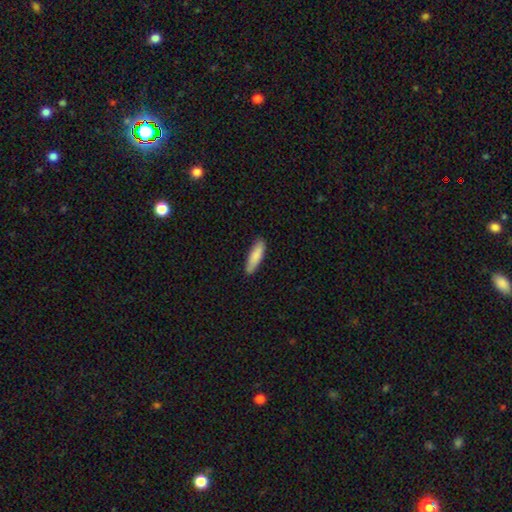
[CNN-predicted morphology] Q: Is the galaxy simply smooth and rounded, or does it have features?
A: smooth — 85%.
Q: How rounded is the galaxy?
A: cigar-shaped — 65%.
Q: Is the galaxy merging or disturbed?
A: none — 85%.